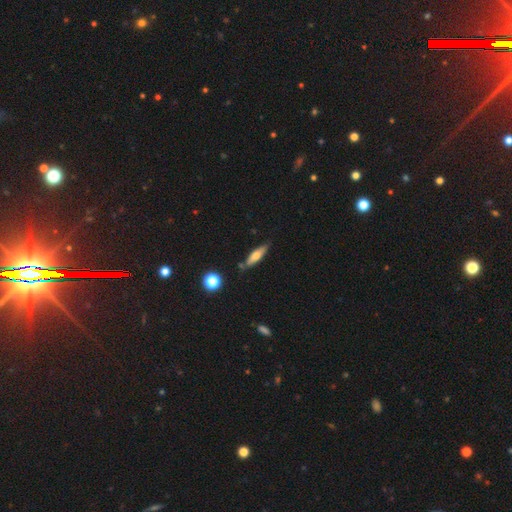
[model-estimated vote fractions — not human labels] This is possibly a smooth galaxy (55%). How rounded: likely cigar-shaped (66%). Merging: likely none (77%).